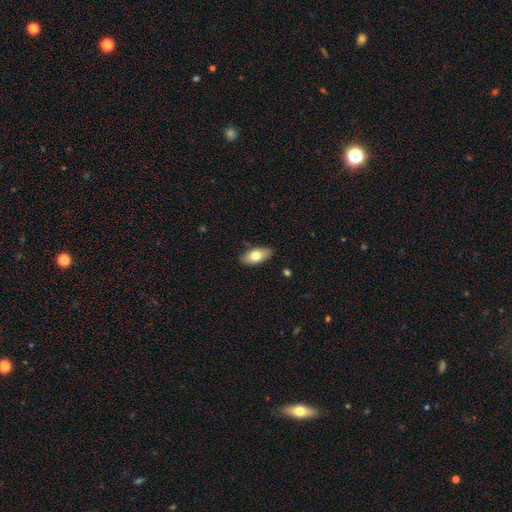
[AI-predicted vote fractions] smooth-or-featured: smooth: 75% | featured or disk: 18% | star or artifact: 6%
  how-rounded: in between: 91% | cigar-shaped: 6% | round: 3%
  merging: none: 86% | minor disturbance: 11% | major disturbance: 2% | merger: 1%